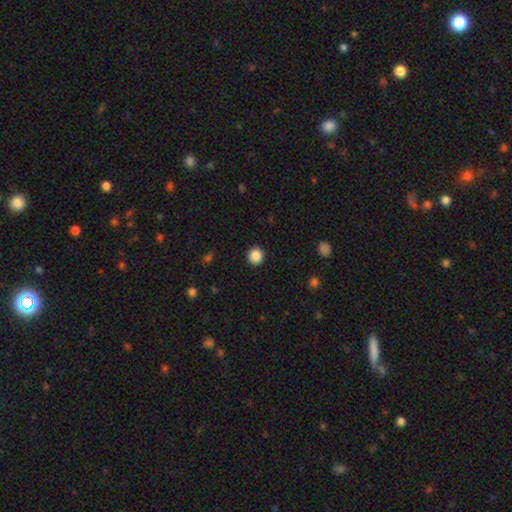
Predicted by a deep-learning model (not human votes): Q: Smooth or featured?
A: smooth (88%); runner-up: star or artifact (9%)
Q: How rounded?
A: round (90%); runner-up: in between (9%)
Q: Merging?
A: none (92%); runner-up: minor disturbance (5%)